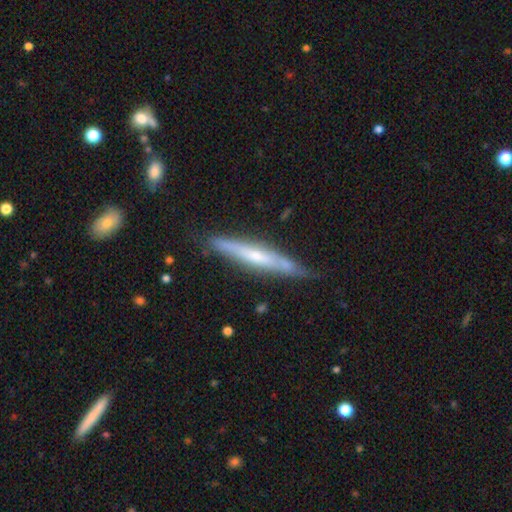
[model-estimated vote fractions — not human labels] Smooth or featured?
  - featured or disk: 61% *
  - smooth: 33%
  - star or artifact: 6%
Edge-on disk?
  - yes: 92% *
  - no: 8%
Edge-on bulge?
  - rounded: 52% *
  - none: 39%
  - boxy: 9%
Merging?
  - none: 75% *
  - minor disturbance: 19%
  - merger: 3%
  - major disturbance: 3%